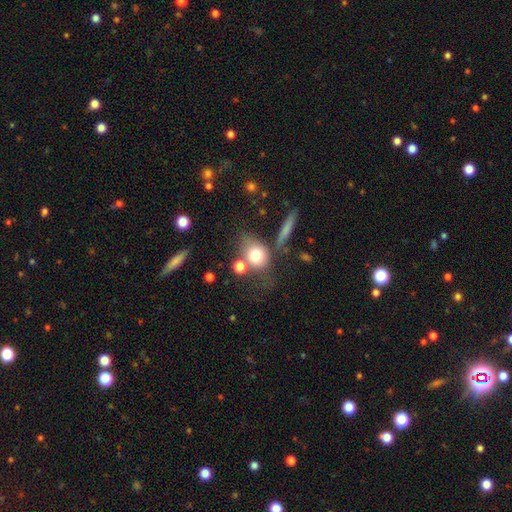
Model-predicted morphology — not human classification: type=smooth (74%); roundness=round (56%); merging=none (47%).